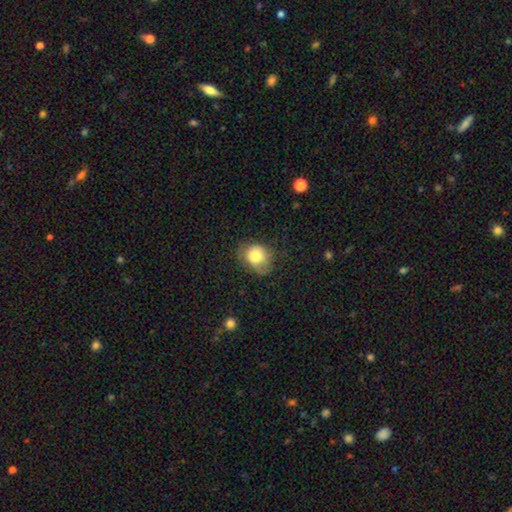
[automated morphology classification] The model was most divided on "merging": none: 52%, minor disturbance: 32%, major disturbance: 13%, merger: 2%. More confident: smooth or featured — smooth (77%); how rounded — round (61%).